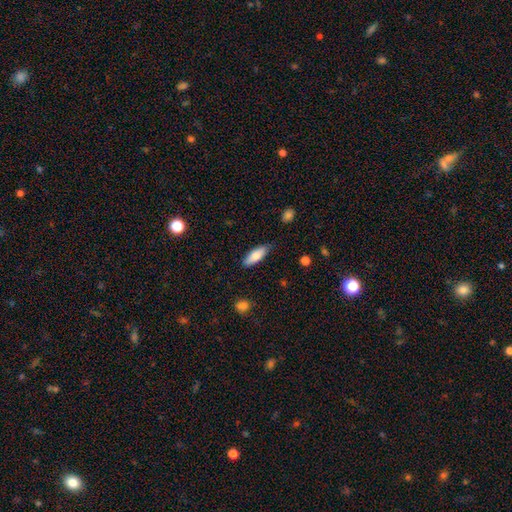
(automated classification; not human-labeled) A smooth galaxy with no disk features (75%) that is in between round and cigar-shaped (68%). Merging: none (81%).